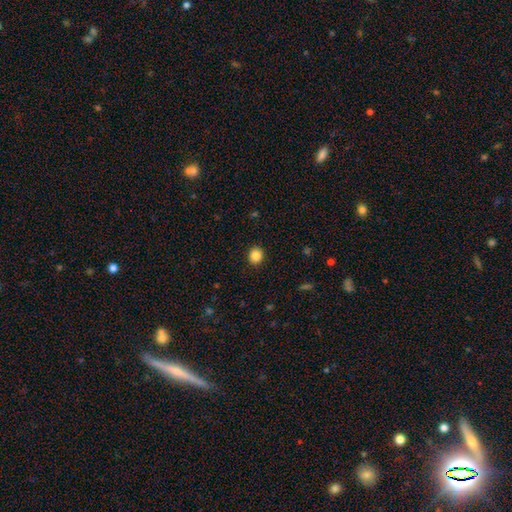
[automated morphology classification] smooth_or_featured: smooth (p=0.86) [alt: star or artifact p=0.10]
how_rounded: round (p=0.76) [alt: in between p=0.23]
merging: none (p=0.91) [alt: minor disturbance p=0.06]